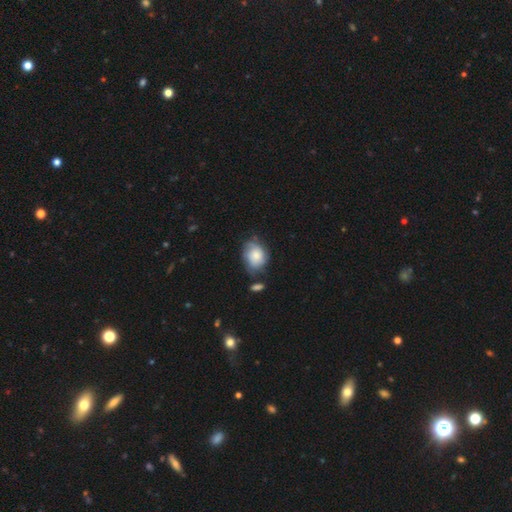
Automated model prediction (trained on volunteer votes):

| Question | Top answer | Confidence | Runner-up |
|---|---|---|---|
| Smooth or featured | smooth | 65% | featured or disk (27%) |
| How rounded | in between | 54% | round (45%) |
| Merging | none | 50% | minor disturbance (31%) |